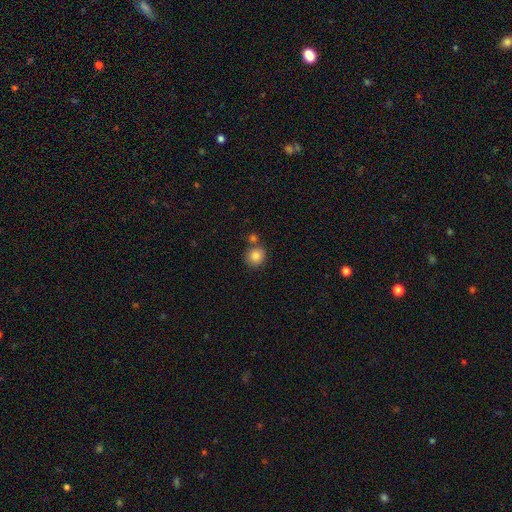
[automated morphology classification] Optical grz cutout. It shows a smooth galaxy with no disk features (84%) that is round (88%). Merging: none (73%).